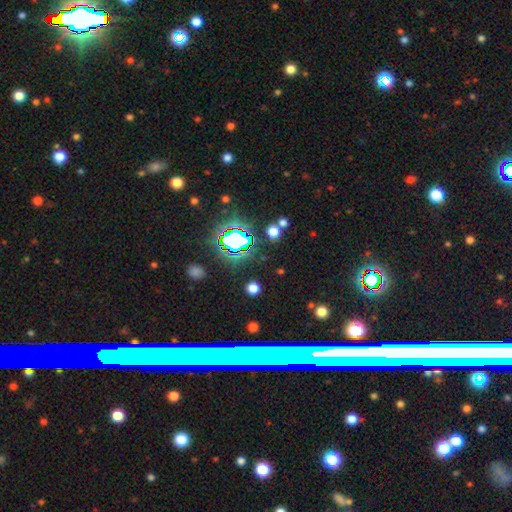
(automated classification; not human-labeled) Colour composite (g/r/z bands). It shows a star or artifact, not a galaxy (64%).